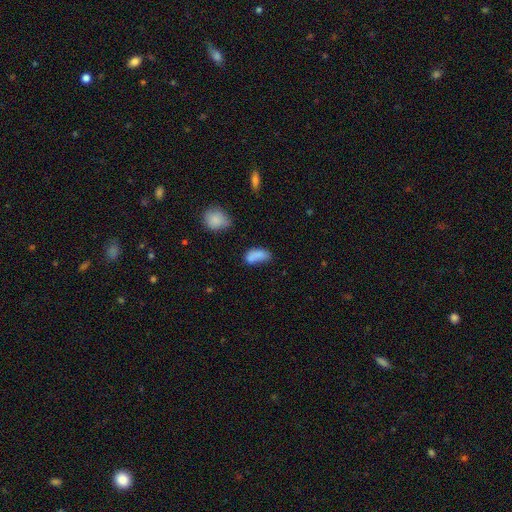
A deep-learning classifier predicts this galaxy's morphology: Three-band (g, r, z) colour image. It shows a smooth galaxy with no disk features (80%) that is in between round and cigar-shaped (87%). Merging: none (41%).